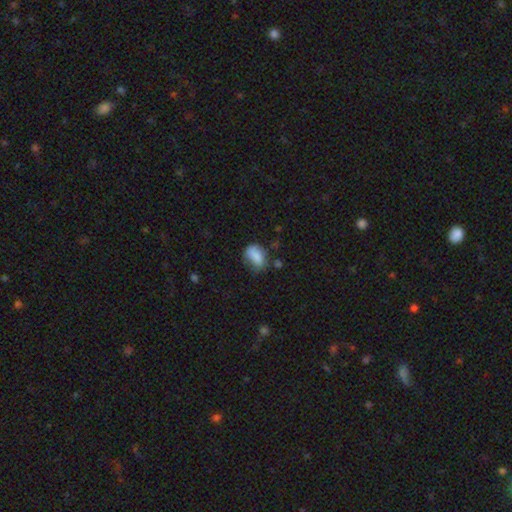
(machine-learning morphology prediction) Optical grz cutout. It shows a smooth galaxy with no disk features (78%) that is in between round and cigar-shaped (79%). Merging: none (44%).